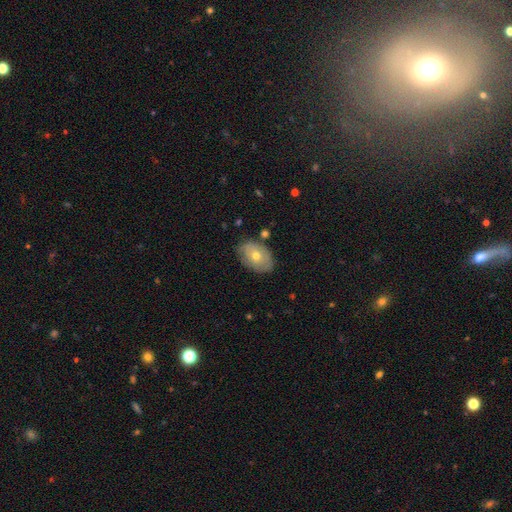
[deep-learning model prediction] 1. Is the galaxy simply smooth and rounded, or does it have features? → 55% smooth, 38% featured or disk, 8% star or artifact.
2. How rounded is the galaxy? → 84% in between, 15% round, 1% cigar-shaped.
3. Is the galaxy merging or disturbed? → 75% none, 18% minor disturbance, 4% major disturbance, 3% merger.